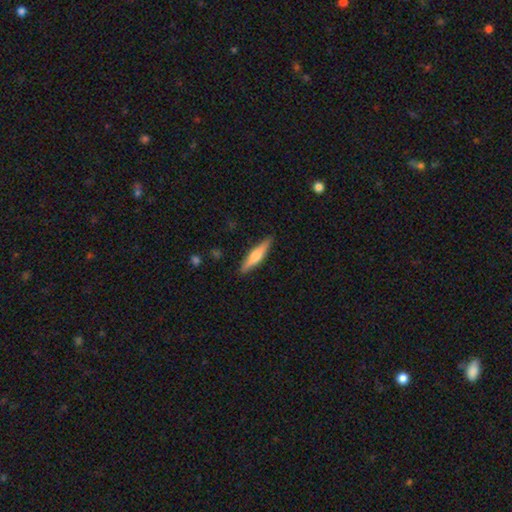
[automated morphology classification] type=smooth (51%); roundness=cigar-shaped (82%); merging=none (89%).